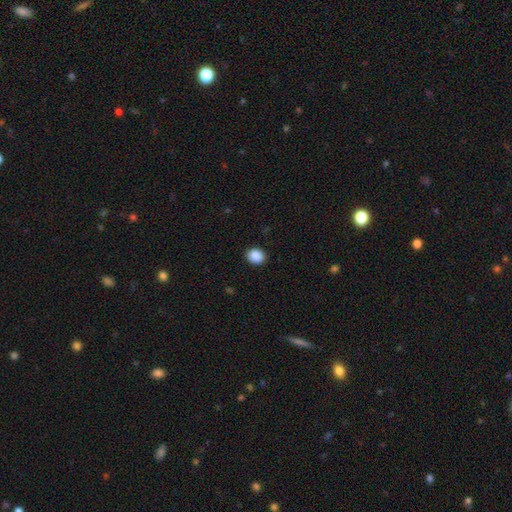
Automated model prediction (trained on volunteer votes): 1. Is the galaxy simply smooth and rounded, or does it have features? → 89% smooth, 8% star or artifact, 3% featured or disk.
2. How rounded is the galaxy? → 62% round, 37% in between, 1% cigar-shaped.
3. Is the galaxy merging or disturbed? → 90% none, 7% minor disturbance, 2% major disturbance, 1% merger.